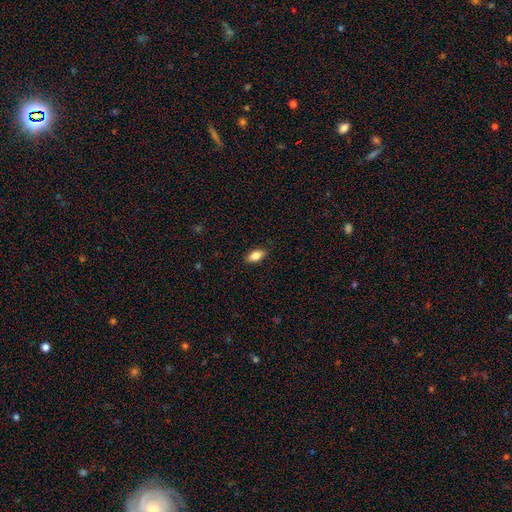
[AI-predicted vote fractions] Q: Smooth or featured?
A: smooth (82%); runner-up: featured or disk (11%)
Q: How rounded?
A: in between (89%); runner-up: cigar-shaped (7%)
Q: Merging?
A: none (88%); runner-up: minor disturbance (9%)